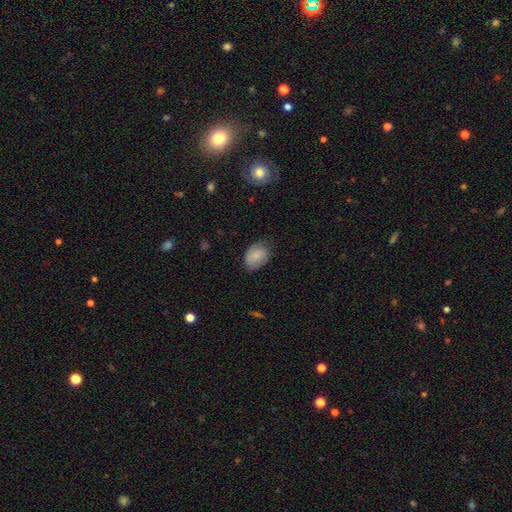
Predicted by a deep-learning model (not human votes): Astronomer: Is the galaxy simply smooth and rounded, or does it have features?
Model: smooth — 78%.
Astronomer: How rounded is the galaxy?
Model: in between — 77%.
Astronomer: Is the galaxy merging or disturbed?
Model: none — 66%.